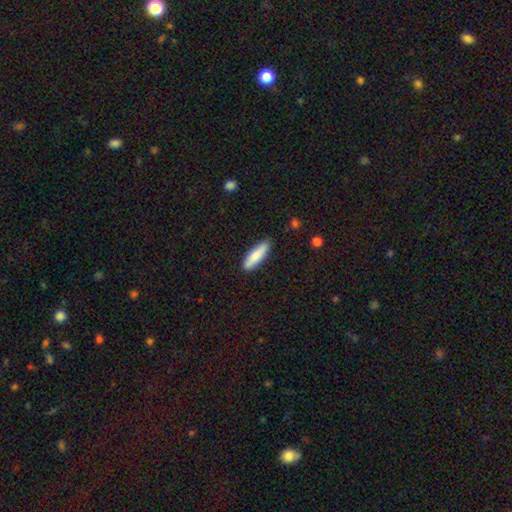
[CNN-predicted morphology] The model was most divided on "how rounded": cigar-shaped: 68%, in between: 31%, round: 2%. More confident: merging — none (87%); smooth or featured — smooth (80%).